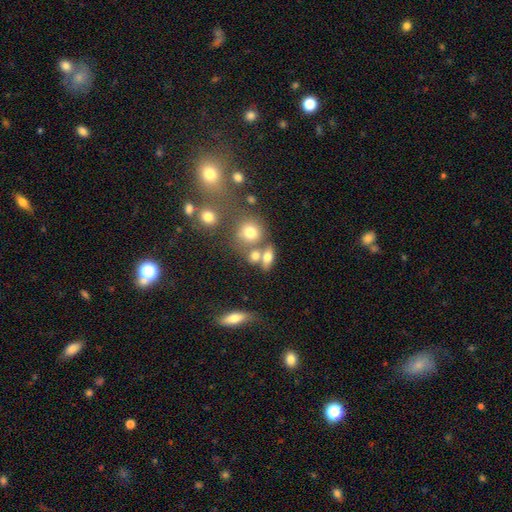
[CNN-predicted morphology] This appears to be a smooth galaxy with no disk features (69%) that is in between round and cigar-shaped (53%). Merging: none (50%).